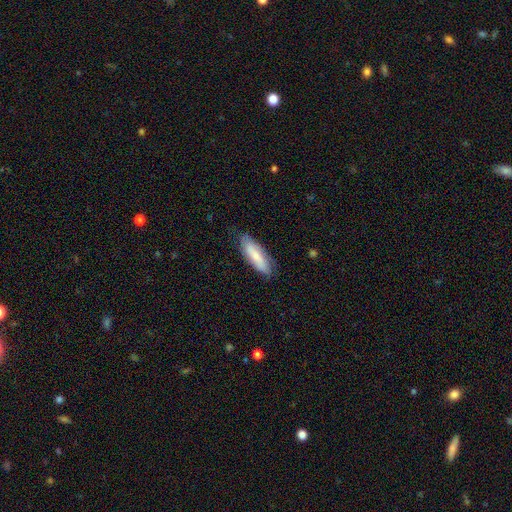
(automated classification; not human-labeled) Overall: smooth (68%). How rounded: in between (51%; cigar-shaped 47%). Merging: none (78%).